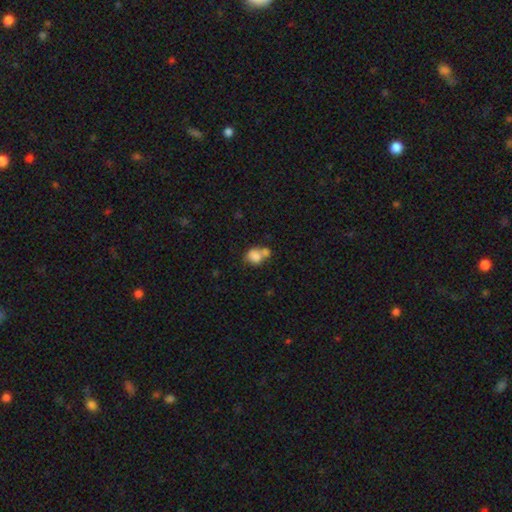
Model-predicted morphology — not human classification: A smooth galaxy with no disk features (79%) that is round (58%).

Vote fractions:
- Smooth or featured? smooth: 79% / featured or disk: 12% / star or artifact: 10%
- How rounded? round: 58% / in between: 41% / cigar-shaped: 1%
- Merging? merger: 54% / none: 30% / minor disturbance: 11% / major disturbance: 5%